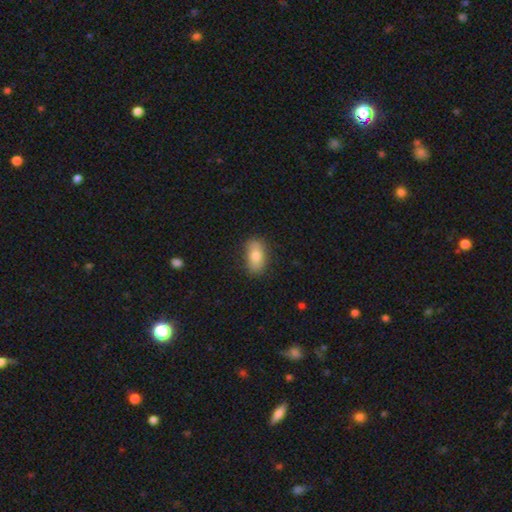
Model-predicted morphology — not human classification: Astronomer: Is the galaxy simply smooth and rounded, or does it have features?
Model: smooth — 80%.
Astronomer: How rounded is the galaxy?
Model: in between — 89%.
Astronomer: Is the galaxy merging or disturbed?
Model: none — 83%.